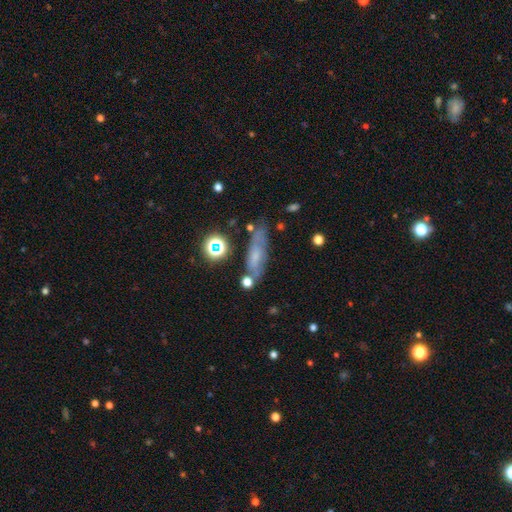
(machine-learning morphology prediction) smooth_or_featured: smooth (p=0.44) [alt: featured or disk p=0.36]
merging: none (p=0.63) [alt: minor disturbance p=0.21]